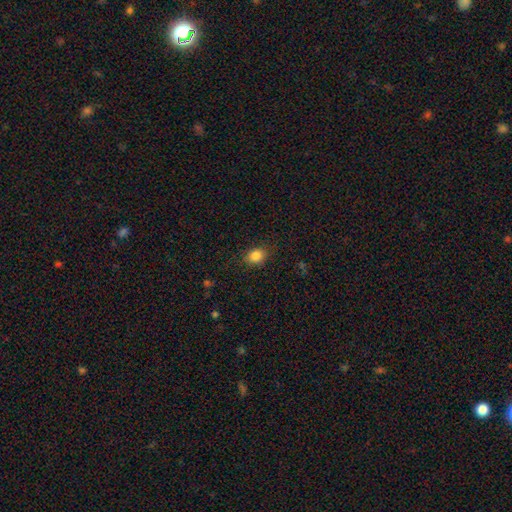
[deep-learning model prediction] A smooth galaxy with no disk features (85%) that is in between round and cigar-shaped (53%). Merging: none (84%).